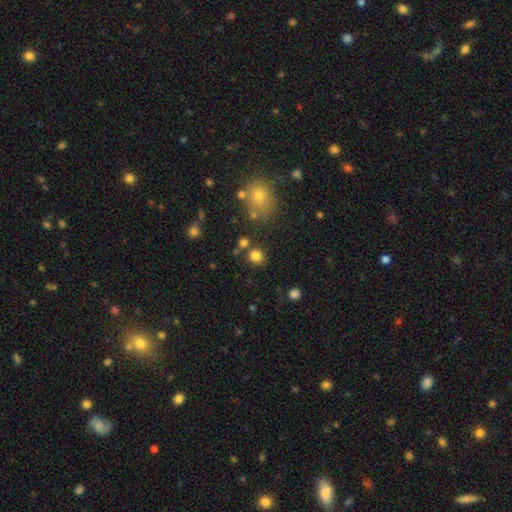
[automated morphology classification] This appears to be a smooth galaxy with no disk features (81%) that is round (88%). Merging: none (79%).